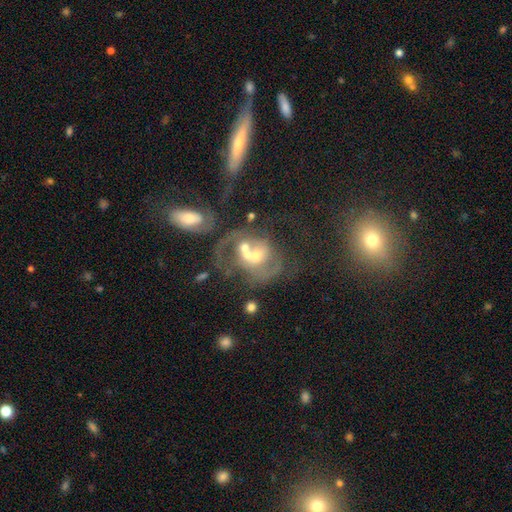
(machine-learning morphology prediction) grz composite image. It shows a featured or disk galaxy (65%) with no bar (76%), spiral arms (52%) and a moderate central bulge (51%). Merging: merger (56%).